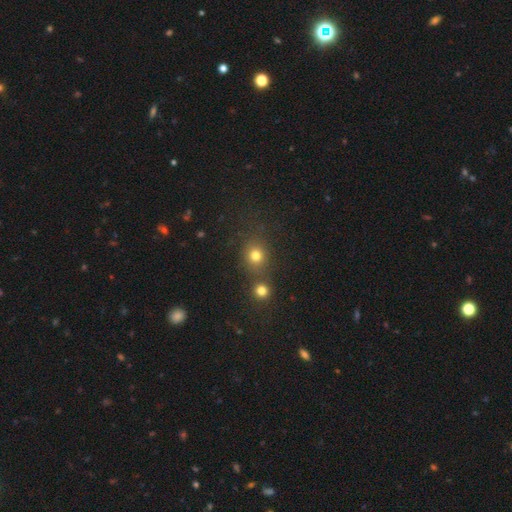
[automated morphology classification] Q: Smooth or featured?
A: smooth (76%); runner-up: star or artifact (17%)
Q: How rounded?
A: round (82%); runner-up: in between (17%)
Q: Merging?
A: none (65%); runner-up: merger (22%)